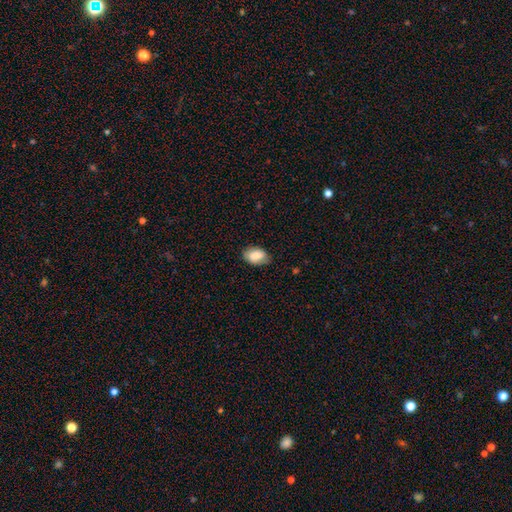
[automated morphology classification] smooth-or-featured: smooth: 79% | featured or disk: 13% | star or artifact: 7%
  how-rounded: in between: 89% | round: 10% | cigar-shaped: 1%
  merging: none: 71% | minor disturbance: 23% | major disturbance: 5% | merger: 1%